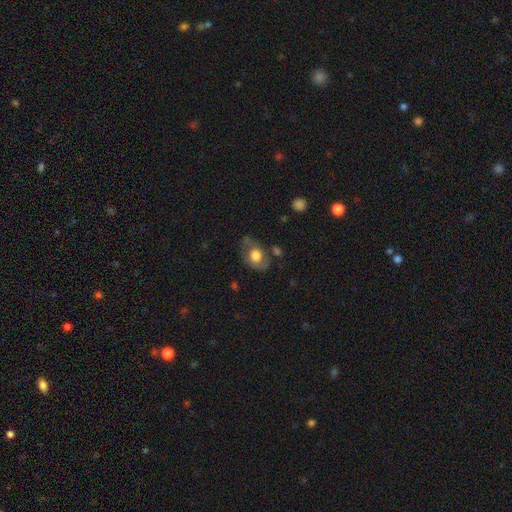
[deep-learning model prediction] Smooth or featured? Predicted: smooth (p=0.55). How rounded? Predicted: in between (p=0.68). Merging? Predicted: none (p=0.58).